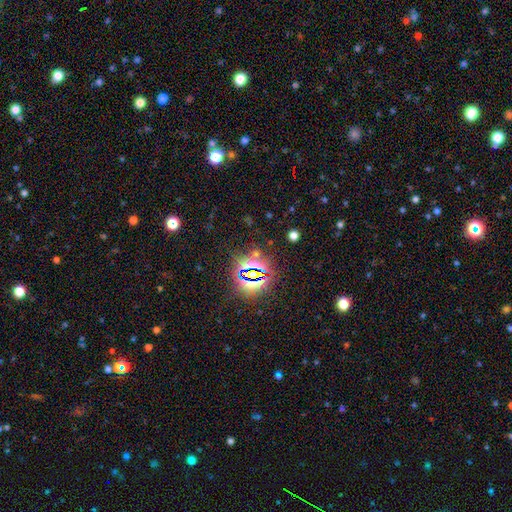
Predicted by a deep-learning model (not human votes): star or artifact 79%, smooth 13%, featured or disk 8%.